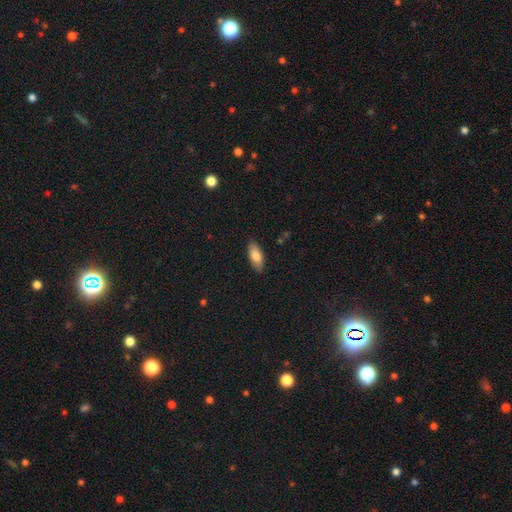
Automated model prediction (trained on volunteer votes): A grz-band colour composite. It shows a smooth galaxy with no disk features (81%) that is in between round and cigar-shaped (83%). Merging: none (87%).